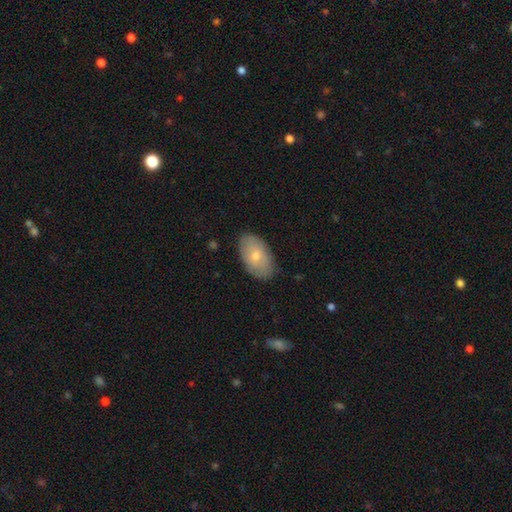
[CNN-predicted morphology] This appears to be a smooth galaxy with no disk features (71%) that is in between round and cigar-shaped (93%). Merging: none (83%).